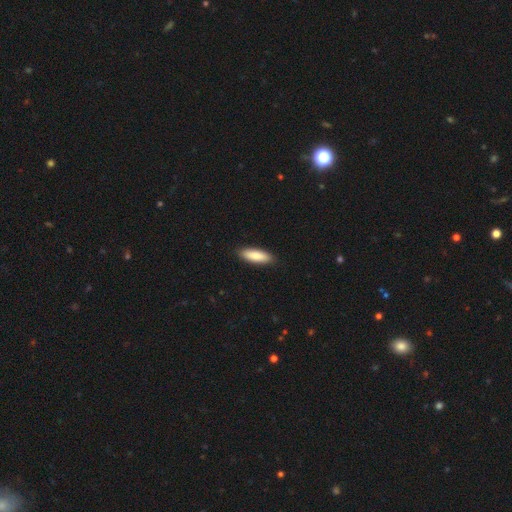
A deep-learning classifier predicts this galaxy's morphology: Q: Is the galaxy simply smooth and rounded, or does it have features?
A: smooth — 86%.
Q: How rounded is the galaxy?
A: in between — 51%.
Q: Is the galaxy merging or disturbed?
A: none — 90%.